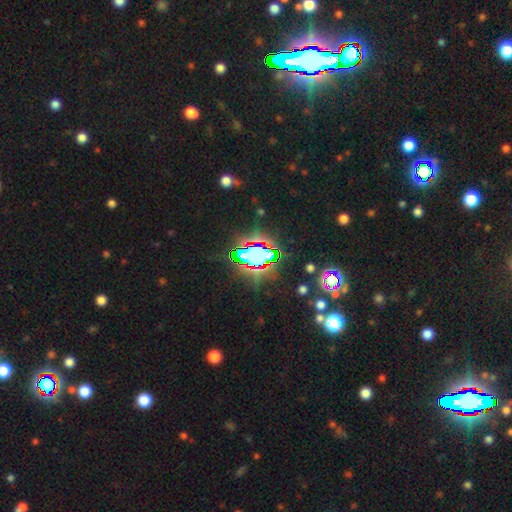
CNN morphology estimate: A star or artifact, not a galaxy (70%).

Vote fractions:
- Smooth or featured? star or artifact: 70% / smooth: 18% / featured or disk: 11%